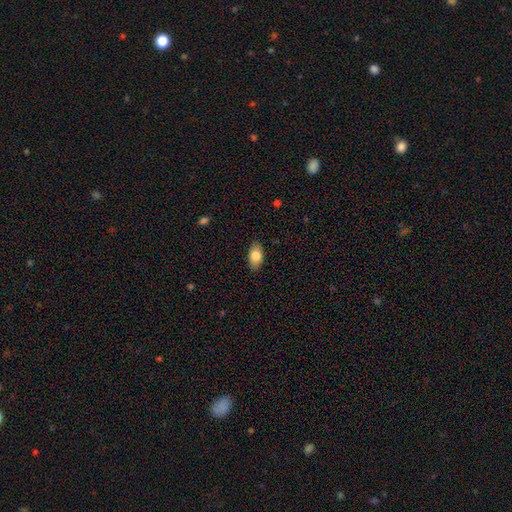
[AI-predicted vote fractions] The model was most divided on "smooth or featured": smooth: 80%, featured or disk: 13%, star or artifact: 7%. More confident: how rounded — in between (92%); merging — none (87%).